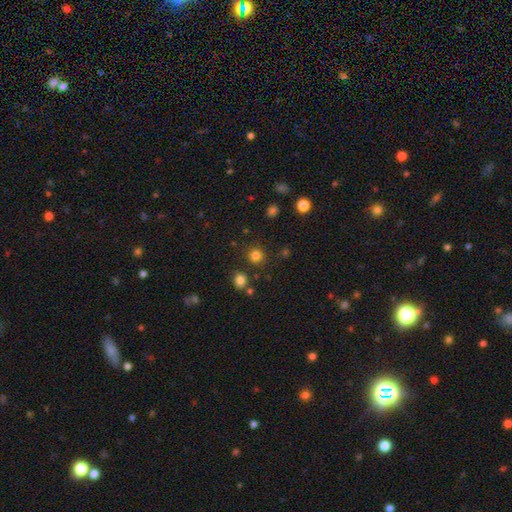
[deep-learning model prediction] The model was most divided on "smooth or featured": smooth: 81%, star or artifact: 15%, featured or disk: 4%. More confident: how rounded — round (91%); merging — none (86%).